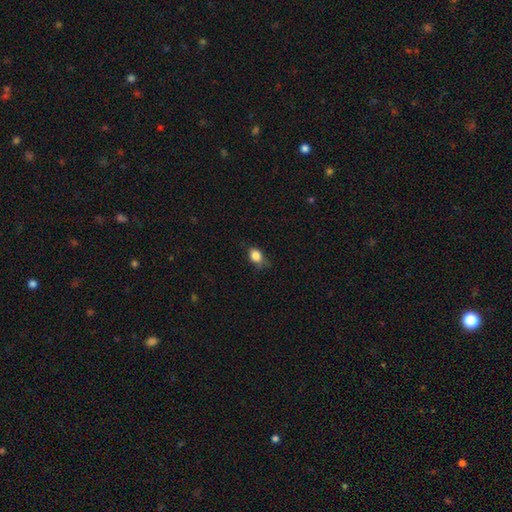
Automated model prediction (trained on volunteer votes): A smooth galaxy with no disk features (83%) that is in between round and cigar-shaped (62%).

Vote fractions:
- Smooth or featured? smooth: 83% / star or artifact: 10% / featured or disk: 7%
- How rounded? in between: 62% / round: 36% / cigar-shaped: 2%
- Merging? none: 58% / minor disturbance: 32% / major disturbance: 8% / merger: 1%